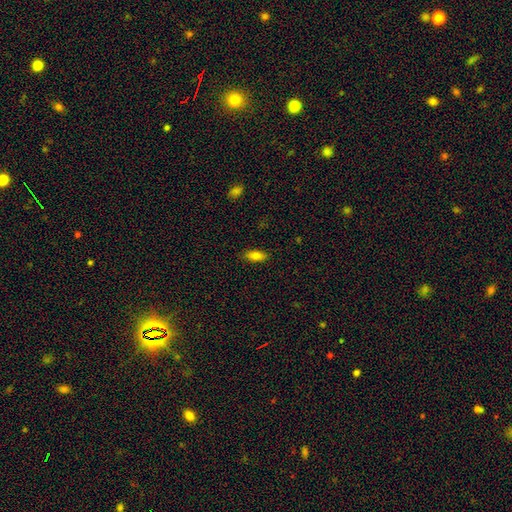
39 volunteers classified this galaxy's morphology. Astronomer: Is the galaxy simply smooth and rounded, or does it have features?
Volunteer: smooth — 79%.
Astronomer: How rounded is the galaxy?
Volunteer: in between — 90%.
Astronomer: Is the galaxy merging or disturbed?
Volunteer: none — 97%.